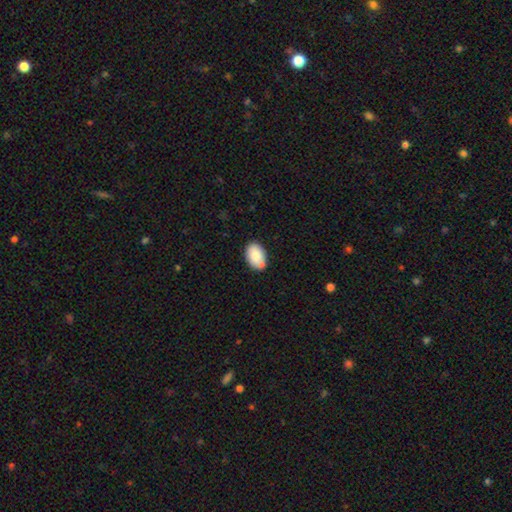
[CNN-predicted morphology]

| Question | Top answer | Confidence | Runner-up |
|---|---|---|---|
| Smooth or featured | smooth | 84% | featured or disk (9%) |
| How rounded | in between | 90% | round (9%) |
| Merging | none | 74% | minor disturbance (16%) |